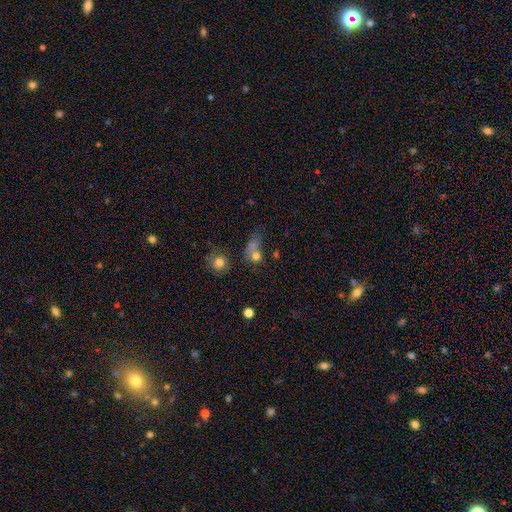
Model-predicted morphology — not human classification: Q: Smooth or featured?
A: smooth (72%); runner-up: star or artifact (16%)
Q: How rounded?
A: round (72%); runner-up: in between (25%)
Q: Merging?
A: none (39%); runner-up: merger (37%)